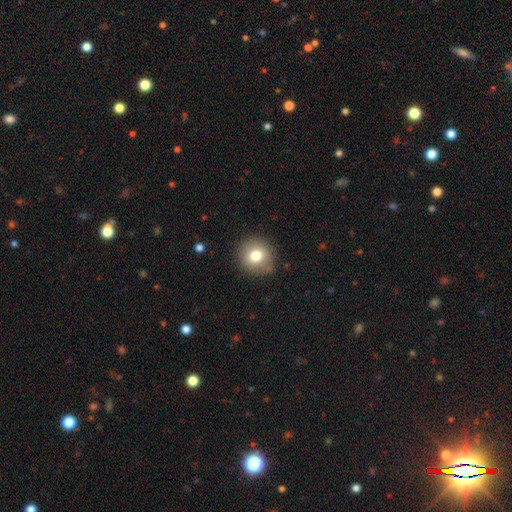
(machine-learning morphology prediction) Smooth or featured?
  - smooth: 76% *
  - featured or disk: 13%
  - star or artifact: 10%
How rounded?
  - round: 91% *
  - in between: 8%
  - cigar-shaped: 1%
Merging?
  - none: 88% *
  - minor disturbance: 9%
  - major disturbance: 3%
  - merger: 1%